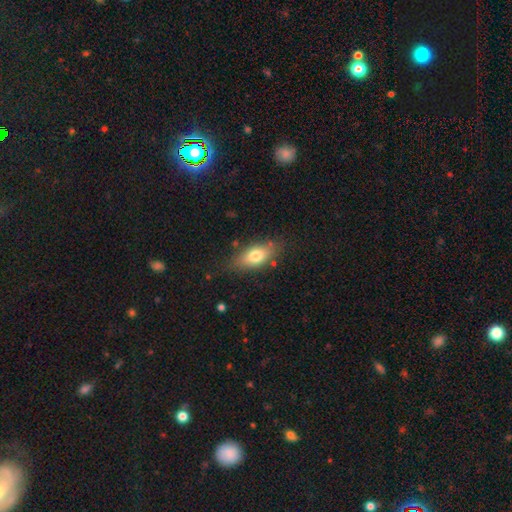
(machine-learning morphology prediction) The model was most divided on "smooth or featured": smooth: 74%, featured or disk: 18%, star or artifact: 8%. More confident: how rounded — in between (81%); merging — none (77%).